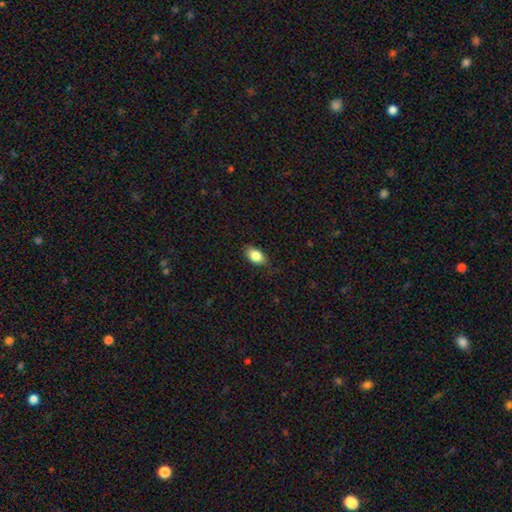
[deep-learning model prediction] Smooth or featured: smooth — 84% (featured or disk — 8%)
How rounded: in between — 88% (round — 9%)
Merging: none — 81% (minor disturbance — 15%)